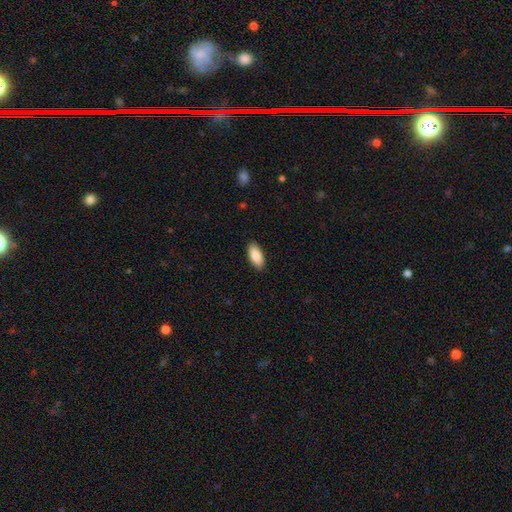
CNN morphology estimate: smooth-or-featured: smooth: 88% | featured or disk: 6% | star or artifact: 6%
  how-rounded: in between: 88% | cigar-shaped: 10% | round: 2%
  merging: none: 89% | minor disturbance: 8% | major disturbance: 2% | merger: 1%